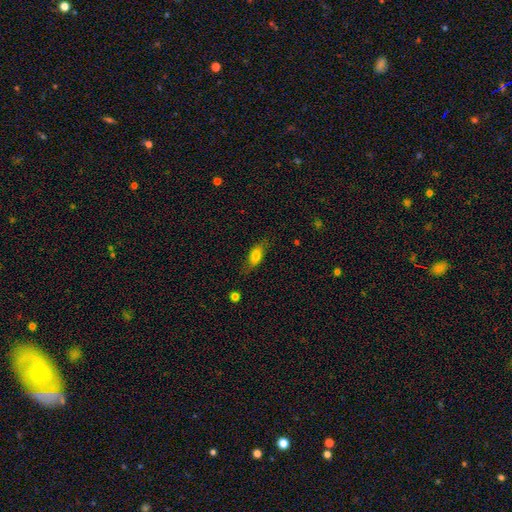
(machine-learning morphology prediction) type=smooth (73%); roundness=in between (81%); merging=none (70%).